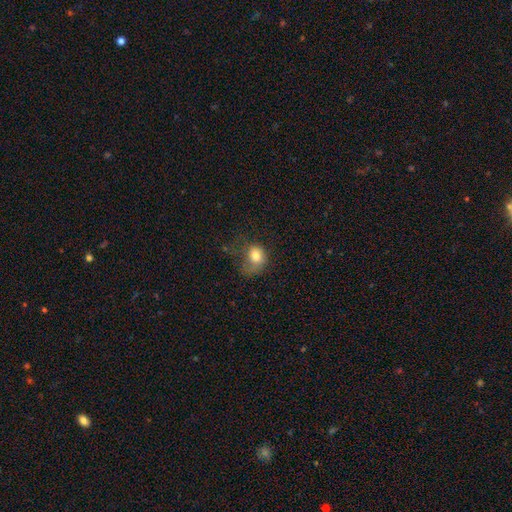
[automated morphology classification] type=smooth (77%); roundness=round (53%); merging=major disturbance (38%).